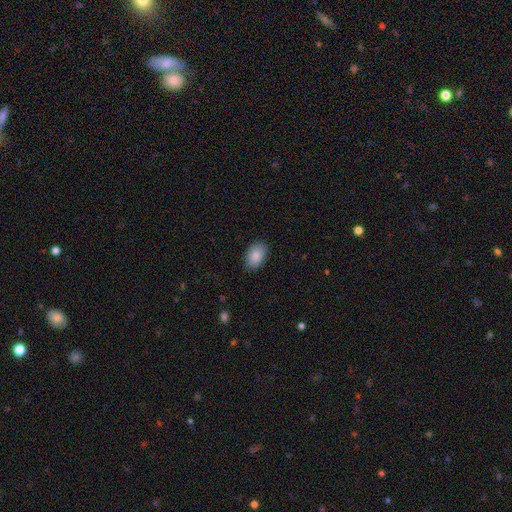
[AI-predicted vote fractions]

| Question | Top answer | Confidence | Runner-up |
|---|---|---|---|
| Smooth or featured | smooth | 88% | star or artifact (7%) |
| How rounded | in between | 89% | round (9%) |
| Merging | none | 86% | minor disturbance (10%) |